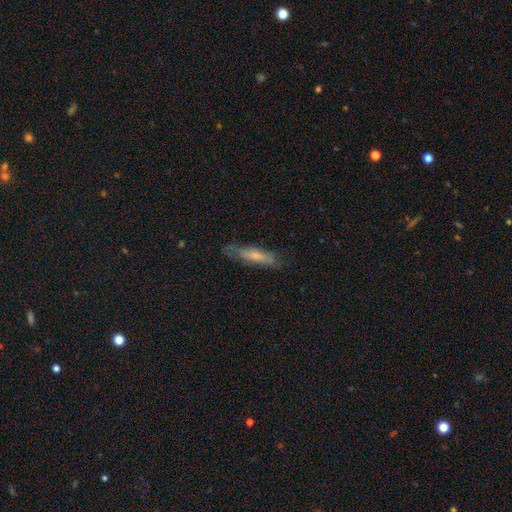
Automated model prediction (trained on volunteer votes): Smooth or featured? Predicted: smooth (p=0.56). How rounded? Predicted: cigar-shaped (p=0.72). Merging? Predicted: none (p=0.70).